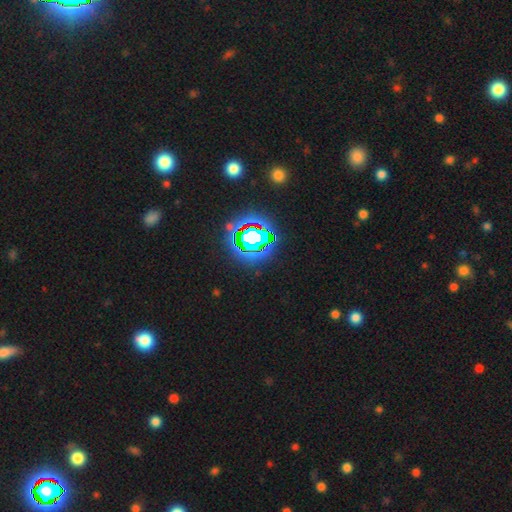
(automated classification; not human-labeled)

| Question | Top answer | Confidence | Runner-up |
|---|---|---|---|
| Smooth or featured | star or artifact | 82% | smooth (12%) |